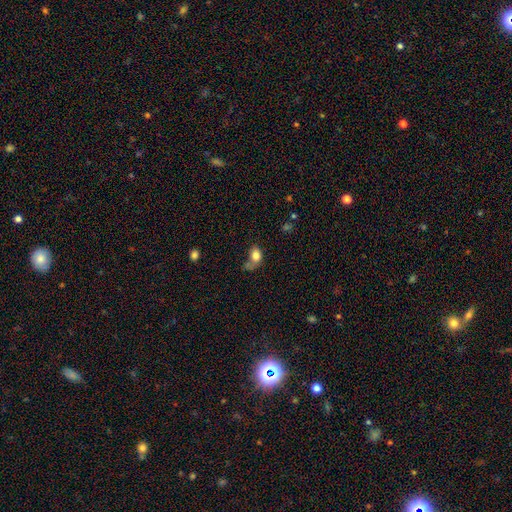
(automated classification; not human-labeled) smooth_or_featured: smooth (p=0.80) [alt: featured or disk p=0.12]
how_rounded: in between (p=0.69) [alt: round p=0.30]
merging: none (p=0.33) [alt: major disturbance p=0.25]